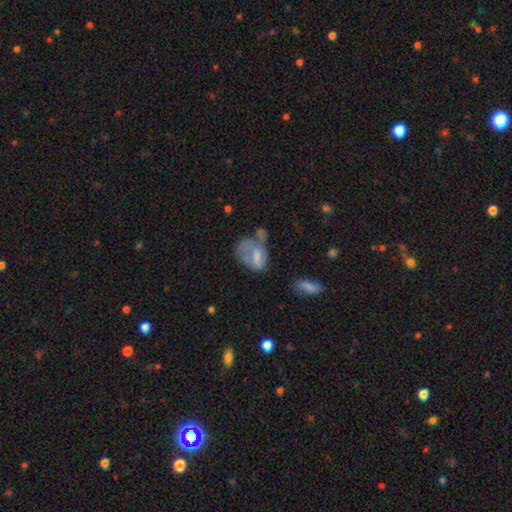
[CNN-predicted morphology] This is possibly a smooth galaxy (54%). How rounded: clearly in between (81%). Merging: marginally major disturbance (40%).